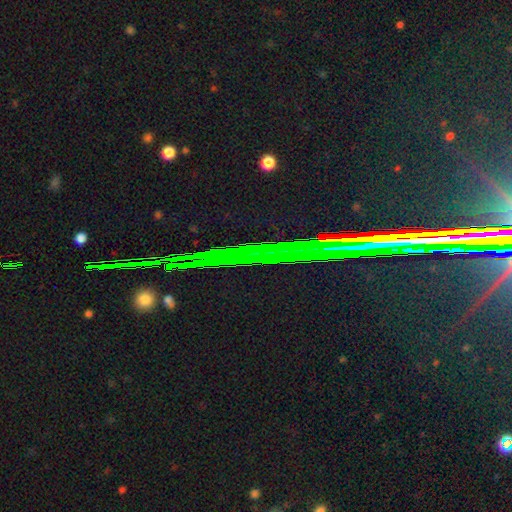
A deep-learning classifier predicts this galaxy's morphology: A star or artifact, not a galaxy (77%).